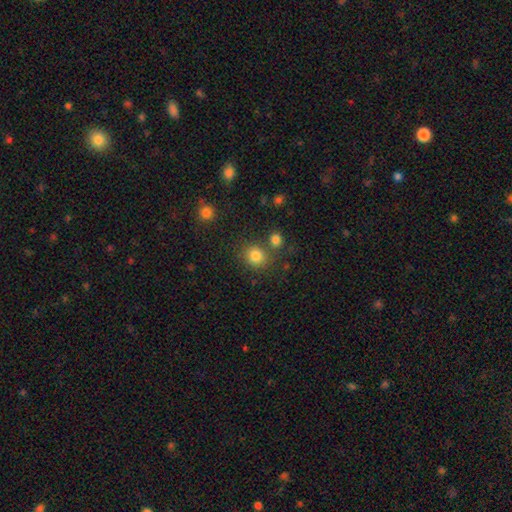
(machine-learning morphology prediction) smooth-or-featured: smooth: 82% | star or artifact: 12% | featured or disk: 6%
  how-rounded: round: 80% | in between: 19% | cigar-shaped: 1%
  merging: none: 73% | merger: 14% | minor disturbance: 10% | major disturbance: 4%